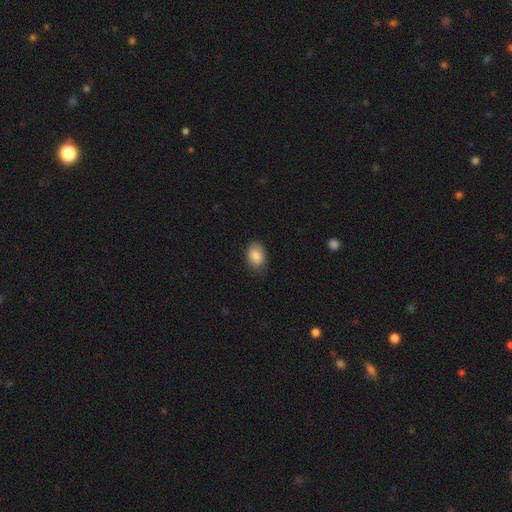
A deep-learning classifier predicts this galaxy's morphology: This appears to be a smooth galaxy with no disk features (86%) that is in between round and cigar-shaped (81%). Merging: none (82%).